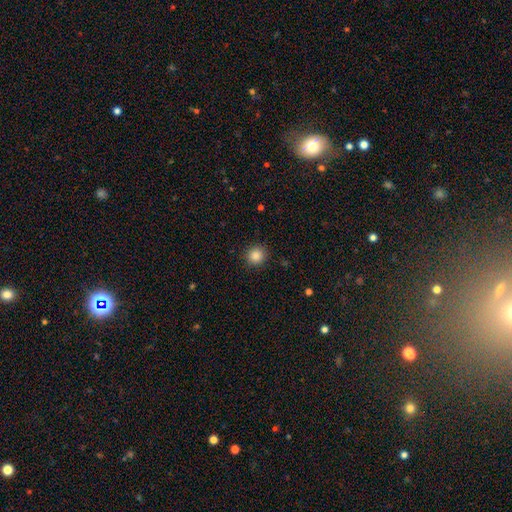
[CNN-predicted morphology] Smooth or featured? smooth (87%)
How rounded? round (91%)
Merging? none (90%)